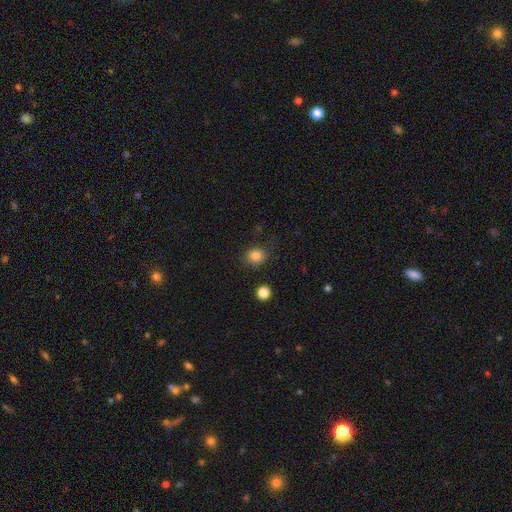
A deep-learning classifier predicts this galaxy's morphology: Overall: smooth (84%). How rounded: round (75%). Merging: none (80%).